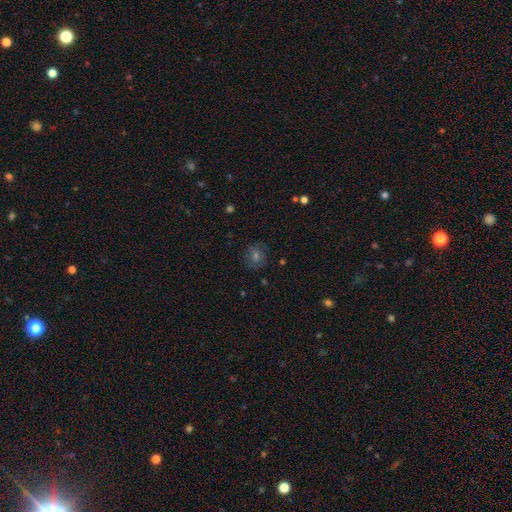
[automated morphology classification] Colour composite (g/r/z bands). It shows a smooth galaxy with no disk features (48%). Merging: none (83%).